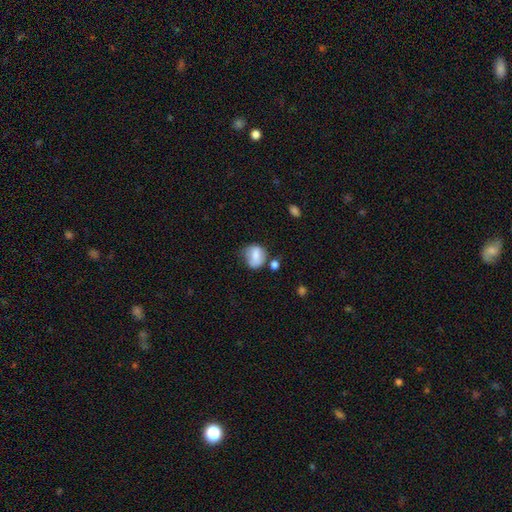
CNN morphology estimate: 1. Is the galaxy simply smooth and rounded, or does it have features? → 73% smooth, 19% featured or disk, 9% star or artifact.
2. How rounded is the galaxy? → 62% round, 37% in between, 1% cigar-shaped.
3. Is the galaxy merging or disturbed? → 48% none, 29% minor disturbance, 12% merger, 11% major disturbance.